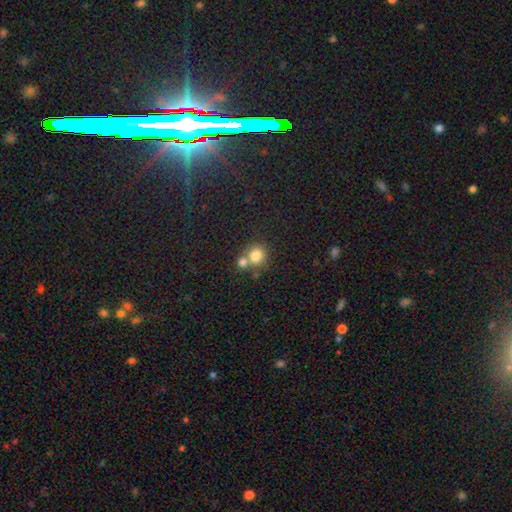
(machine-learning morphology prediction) A smooth galaxy with no disk features (79%) that is round (85%).

Vote fractions:
- Smooth or featured? smooth: 79% / star or artifact: 12% / featured or disk: 9%
- How rounded? round: 85% / in between: 14% / cigar-shaped: 1%
- Merging? none: 47% / merger: 43% / minor disturbance: 7% / major disturbance: 3%